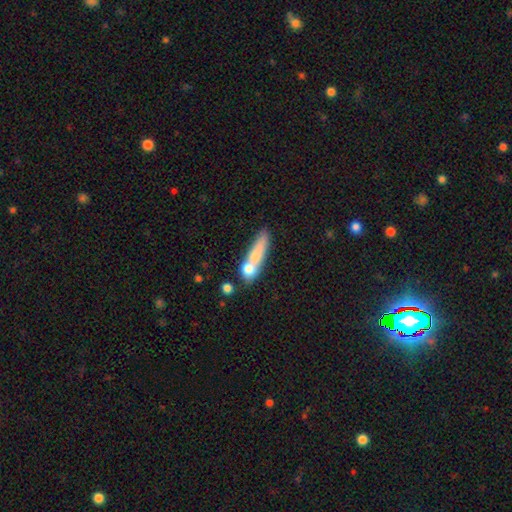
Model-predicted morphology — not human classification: Smooth or featured? smooth (66%)
How rounded? cigar-shaped (69%)
Merging? merger (40%)